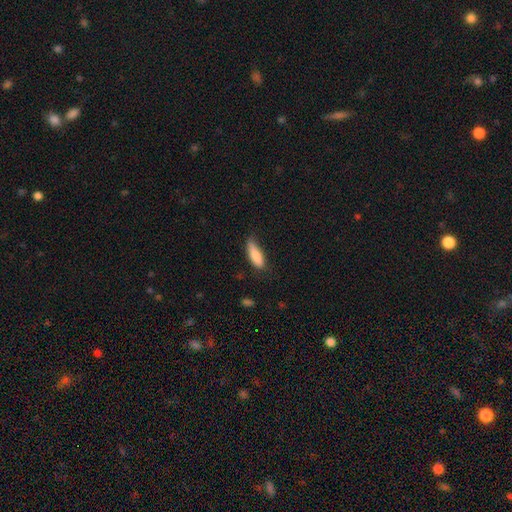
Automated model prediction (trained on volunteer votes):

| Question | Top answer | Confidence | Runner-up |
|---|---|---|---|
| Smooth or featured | smooth | 82% | featured or disk (12%) |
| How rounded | in between | 52% | cigar-shaped (46%) |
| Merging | none | 66% | minor disturbance (27%) |